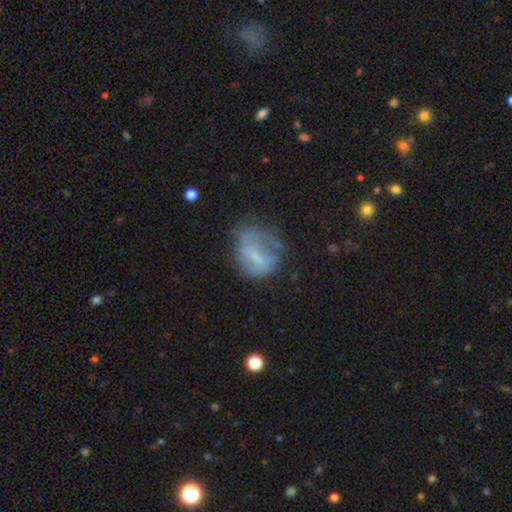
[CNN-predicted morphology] A featured or disk galaxy (49%). Merging: none (39%).